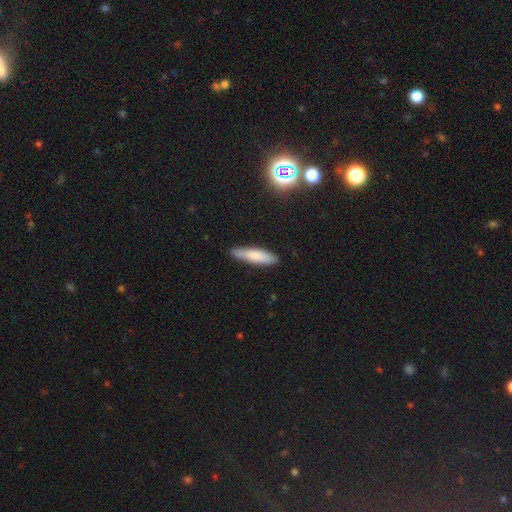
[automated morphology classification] Smooth or featured? smooth (78%)
How rounded? cigar-shaped (76%)
Merging? none (85%)